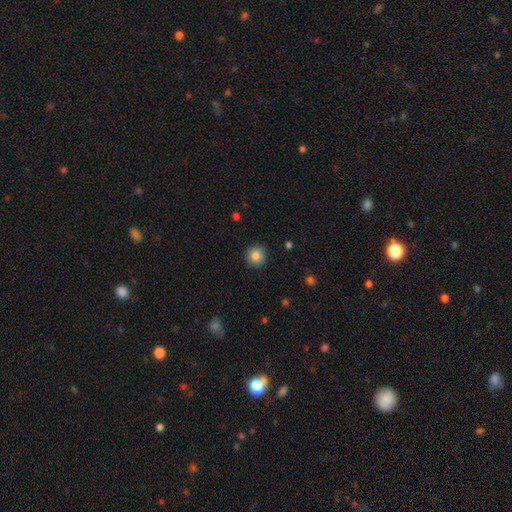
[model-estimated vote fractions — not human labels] This is clearly a smooth galaxy (84%). How rounded: clearly round (91%). Merging: clearly none (86%).